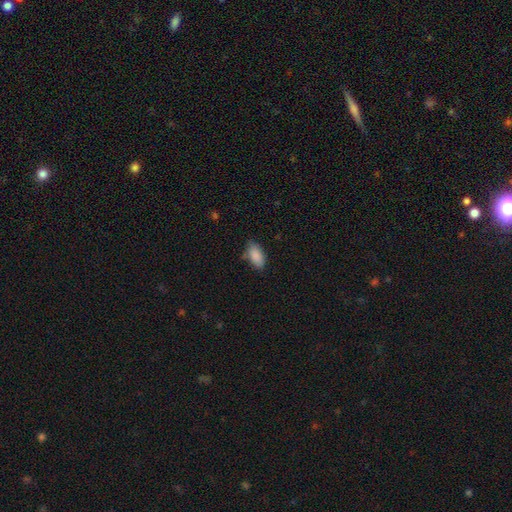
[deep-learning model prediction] A smooth galaxy with no disk features (89%) that is in between round and cigar-shaped (91%).

Vote fractions:
- Smooth or featured? smooth: 89% / star or artifact: 7% / featured or disk: 5%
- How rounded? in between: 91% / cigar-shaped: 6% / round: 2%
- Merging? none: 76% / minor disturbance: 18% / major disturbance: 3% / merger: 3%